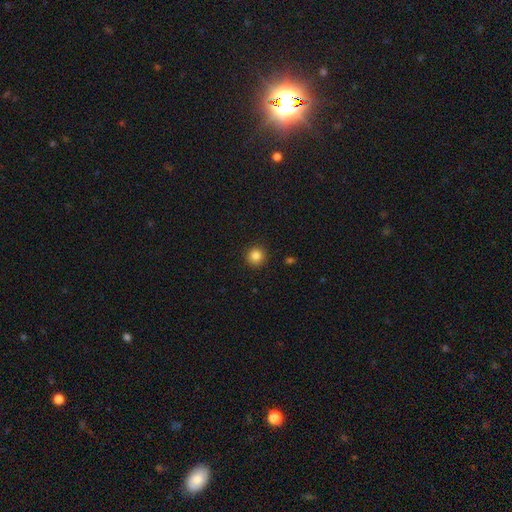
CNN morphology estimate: This is clearly a smooth galaxy (85%). How rounded: clearly round (93%). Merging: clearly none (91%).